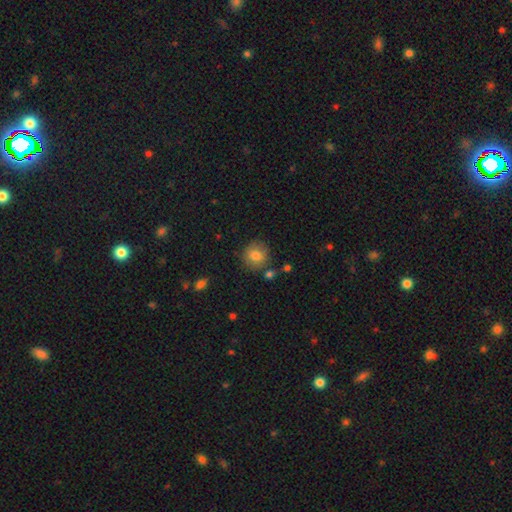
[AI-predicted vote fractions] smooth 81%, featured or disk 9%, star or artifact 9%. Down the decision tree: how rounded — round (84%); merging — none (81%).